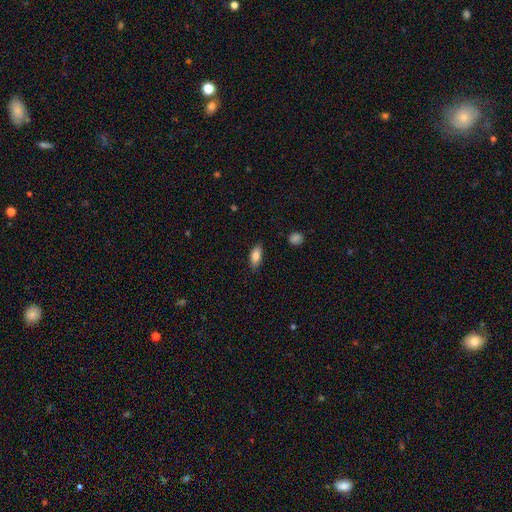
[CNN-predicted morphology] Overall: smooth (84%). How rounded: in between (82%). Merging: none (84%).